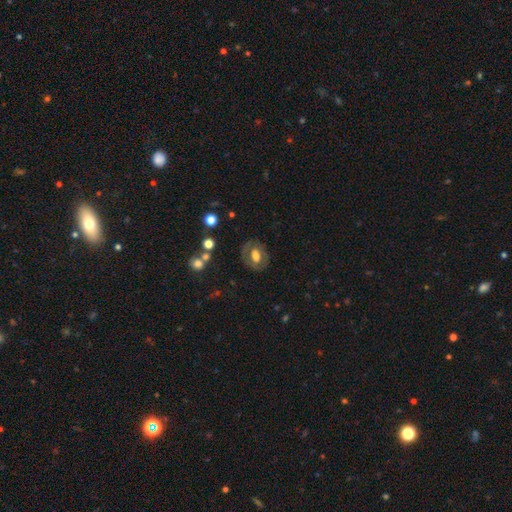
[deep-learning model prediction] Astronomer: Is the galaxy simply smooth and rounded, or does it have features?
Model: smooth — 51% (runner-up: featured or disk, 41%).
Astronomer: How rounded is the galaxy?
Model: in between — 69%.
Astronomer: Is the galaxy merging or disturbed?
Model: none — 76%.